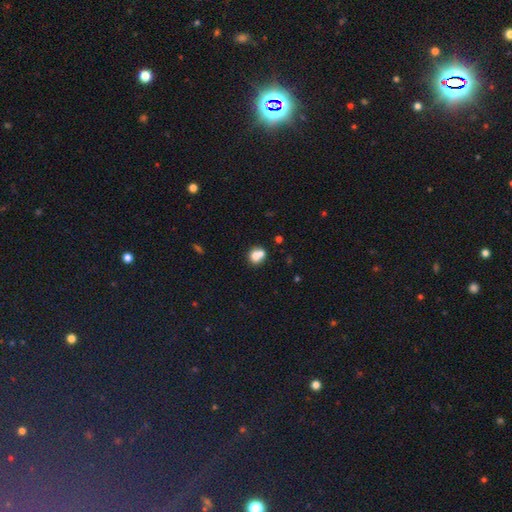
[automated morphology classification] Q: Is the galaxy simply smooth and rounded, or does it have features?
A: smooth — 74%.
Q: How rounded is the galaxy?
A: round — 73%.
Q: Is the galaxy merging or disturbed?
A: merger — 49%.